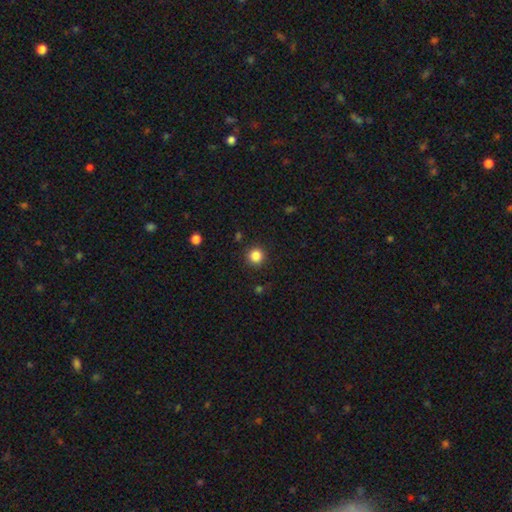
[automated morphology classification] smooth 85%, star or artifact 11%, featured or disk 4%. Down the decision tree: how rounded — round (95%); merging — none (91%).